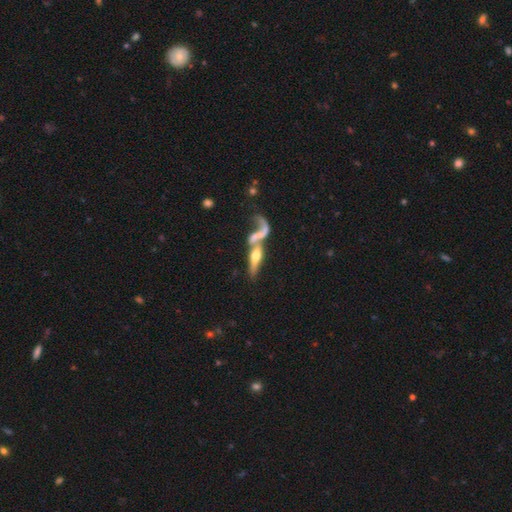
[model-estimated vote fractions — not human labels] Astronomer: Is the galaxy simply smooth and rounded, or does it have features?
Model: featured or disk — 63%.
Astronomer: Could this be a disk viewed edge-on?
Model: yes — 69%.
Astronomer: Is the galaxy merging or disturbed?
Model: merger — 53%.